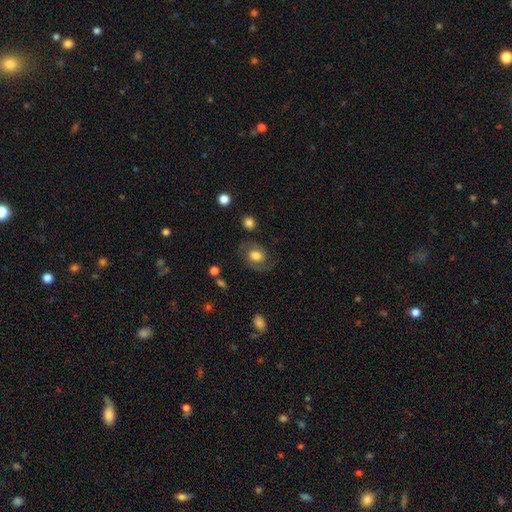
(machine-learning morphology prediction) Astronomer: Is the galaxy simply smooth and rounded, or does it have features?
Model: featured or disk — 54% (runner-up: smooth, 38%).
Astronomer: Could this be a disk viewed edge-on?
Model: no — 97%.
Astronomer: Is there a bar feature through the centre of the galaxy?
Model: no — 61%.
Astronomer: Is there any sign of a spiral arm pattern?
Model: yes — 81%.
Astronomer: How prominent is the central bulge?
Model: moderate — 53% (runner-up: large, 35%).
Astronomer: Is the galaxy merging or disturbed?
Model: none — 74%.